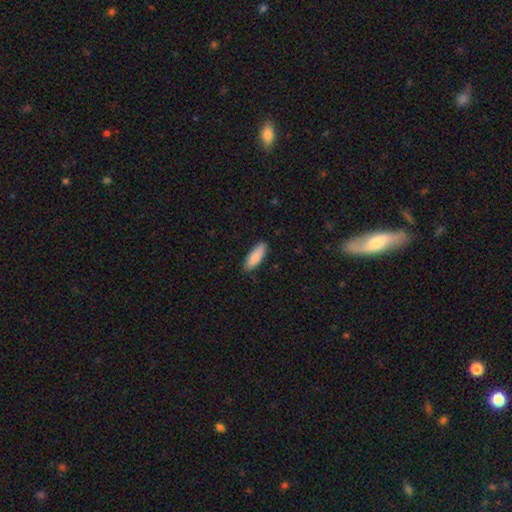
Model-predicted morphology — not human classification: smooth-or-featured: smooth: 88% | featured or disk: 7% | star or artifact: 5%
  how-rounded: in between: 65% | cigar-shaped: 34% | round: 2%
  merging: none: 87% | minor disturbance: 10% | major disturbance: 2% | merger: 1%